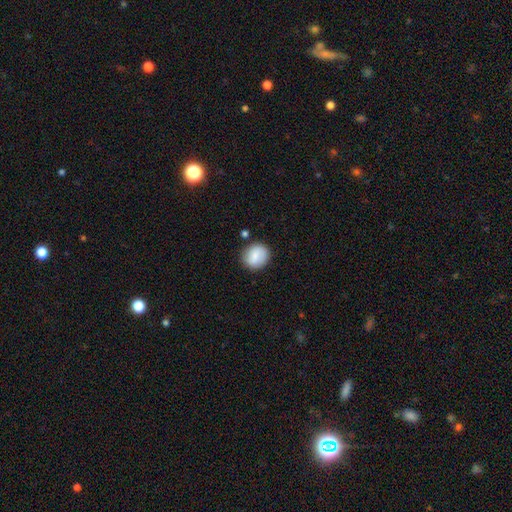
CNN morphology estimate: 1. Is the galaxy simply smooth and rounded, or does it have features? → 79% smooth, 14% featured or disk, 7% star or artifact.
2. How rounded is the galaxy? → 81% round, 18% in between, 1% cigar-shaped.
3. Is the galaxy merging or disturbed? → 82% none, 12% minor disturbance, 3% major disturbance, 3% merger.